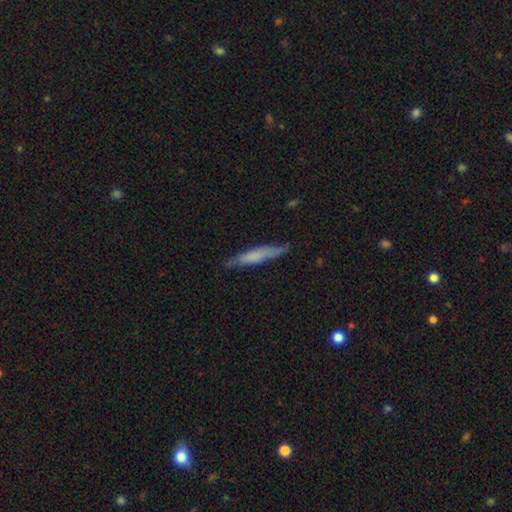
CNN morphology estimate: Q: Smooth or featured?
A: smooth (60%); runner-up: featured or disk (34%)
Q: How rounded?
A: cigar-shaped (90%); runner-up: in between (9%)
Q: Merging?
A: none (74%); runner-up: minor disturbance (20%)